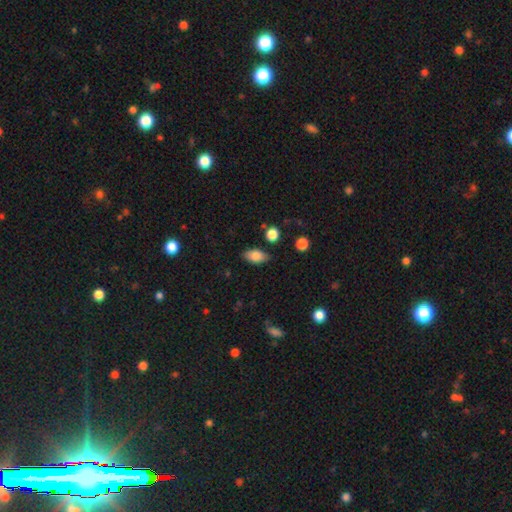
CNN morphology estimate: smooth 83%, featured or disk 9%, star or artifact 8%. Down the decision tree: how rounded — in between (89%); merging — none (82%).